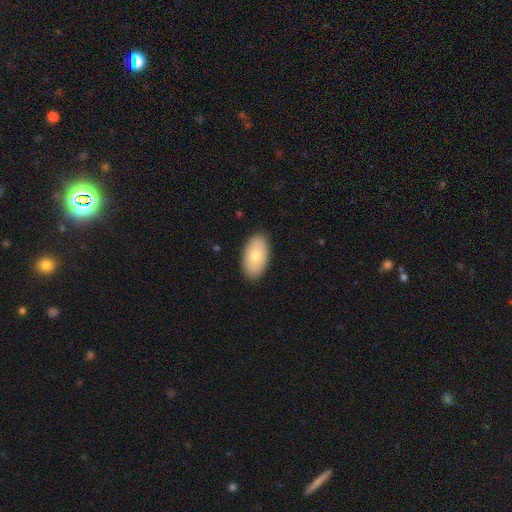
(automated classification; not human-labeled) Smooth or featured? Predicted: smooth (p=0.74). How rounded? Predicted: in between (p=0.94). Merging? Predicted: none (p=0.88).